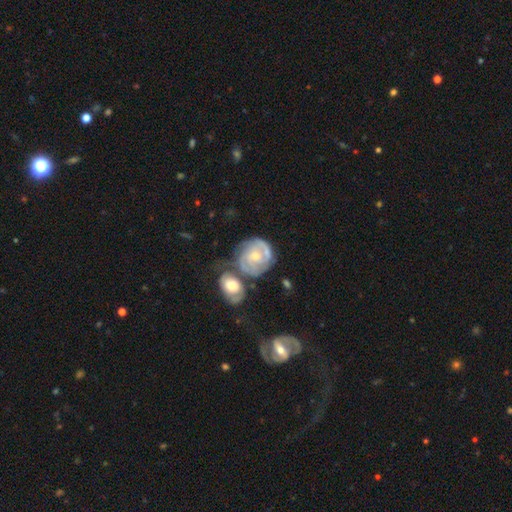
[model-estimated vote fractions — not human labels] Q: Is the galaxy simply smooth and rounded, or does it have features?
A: featured or disk — 74%.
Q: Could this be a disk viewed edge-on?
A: no — 97%.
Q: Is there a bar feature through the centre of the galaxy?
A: no — 71%.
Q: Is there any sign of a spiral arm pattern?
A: yes — 87%.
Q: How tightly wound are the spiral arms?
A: tight — 62%.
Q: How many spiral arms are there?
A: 2 — 39%.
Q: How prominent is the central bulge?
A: small — 49%.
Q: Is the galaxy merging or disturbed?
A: none — 41%.